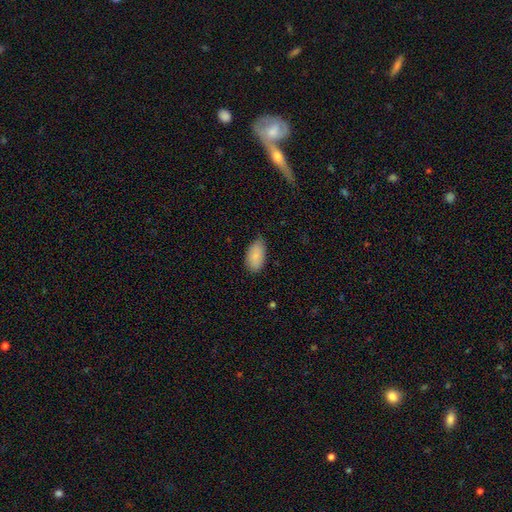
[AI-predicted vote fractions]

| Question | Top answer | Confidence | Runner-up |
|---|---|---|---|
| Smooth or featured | smooth | 86% | featured or disk (7%) |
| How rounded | in between | 94% | round (3%) |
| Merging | none | 72% | minor disturbance (24%) |